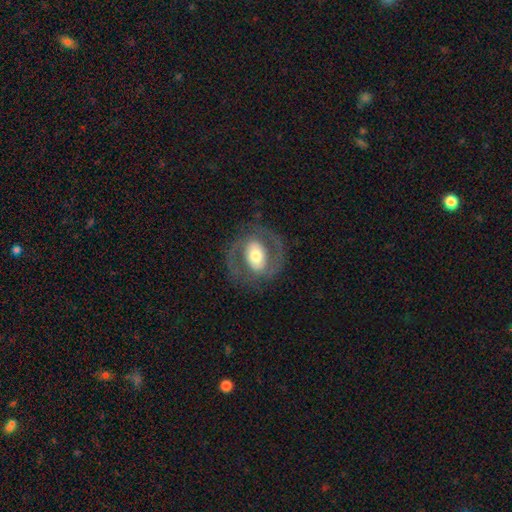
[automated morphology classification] This appears to be a featured or disk galaxy (71%) with a strong bar (35%), spiral arms (67%) and a moderate central bulge (55%). Merging: none (75%).